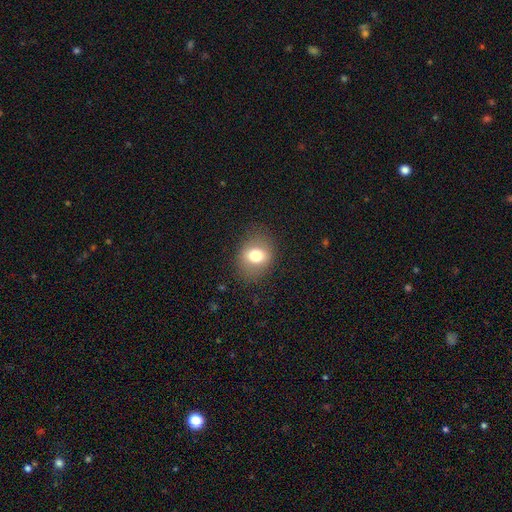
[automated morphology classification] Smooth or featured? Predicted: smooth (p=0.74). How rounded? Predicted: in between (p=0.53). Merging? Predicted: none (p=0.80).